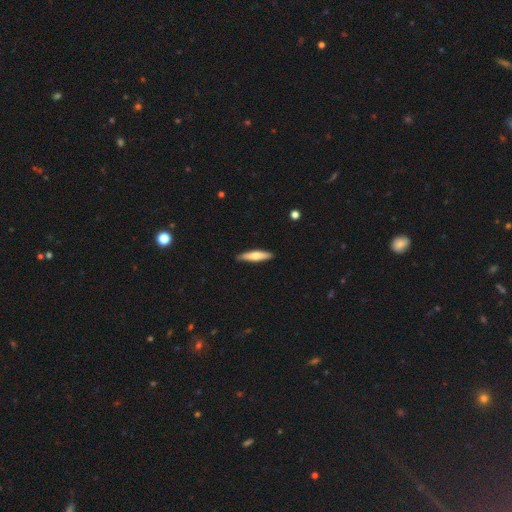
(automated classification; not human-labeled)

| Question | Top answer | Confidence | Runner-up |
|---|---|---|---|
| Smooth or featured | smooth | 63% | featured or disk (32%) |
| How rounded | cigar-shaped | 79% | in between (19%) |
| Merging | none | 88% | minor disturbance (9%) |